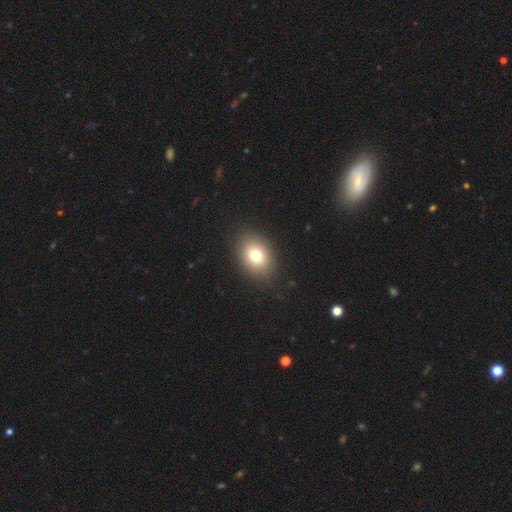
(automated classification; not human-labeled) Smooth or featured: smooth — 76% (featured or disk — 12%)
How rounded: in between — 68% (round — 31%)
Merging: none — 89% (minor disturbance — 7%)